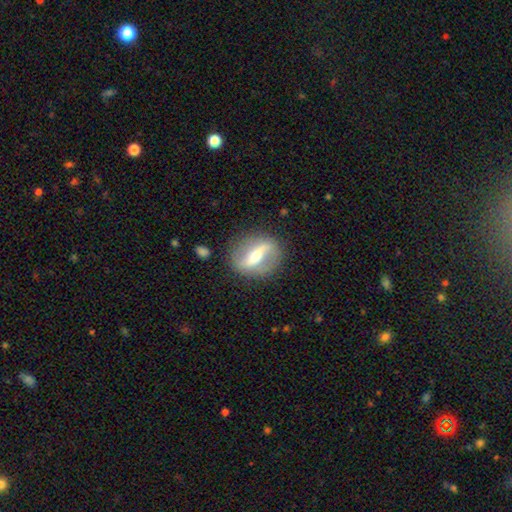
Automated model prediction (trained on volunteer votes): Smooth or featured?
  - featured or disk: 72% *
  - smooth: 22%
  - star or artifact: 6%
Edge-on disk?
  - no: 80% *
  - yes: 20%
Bar?
  - strong: 71% *
  - weak: 20%
  - no: 9%
Spiral arms?
  - yes: 51% *
  - no: 49%
Bulge size?
  - moderate: 58% *
  - small: 30%
  - large: 8%
  - none: 2%
  - dominant: 2%
Merging?
  - none: 82% *
  - minor disturbance: 11%
  - major disturbance: 5%
  - merger: 2%